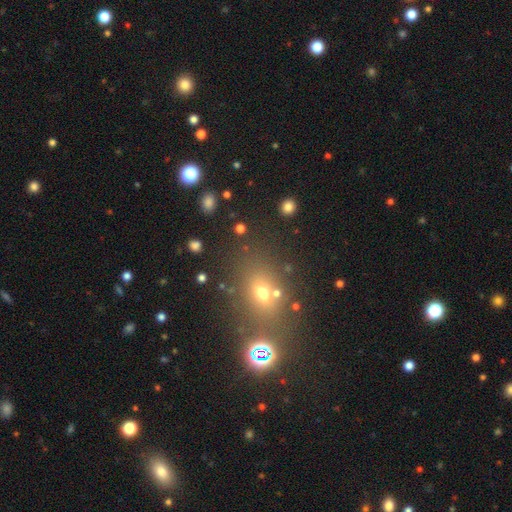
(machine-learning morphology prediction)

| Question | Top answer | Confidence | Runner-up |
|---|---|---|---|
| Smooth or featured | smooth | 44% | tied: star or artifact (44%) |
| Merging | none | 71% | merger (14%) |